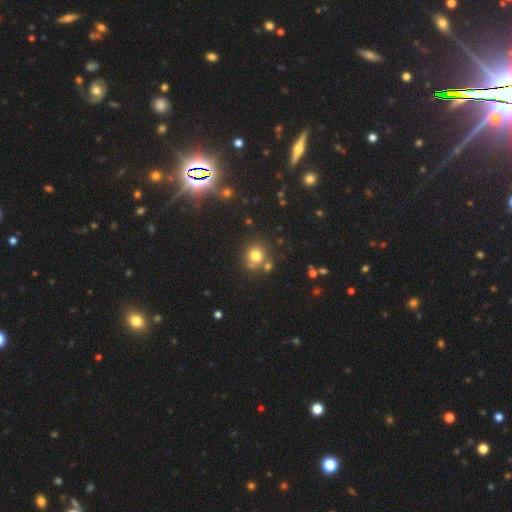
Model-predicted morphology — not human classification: smooth_or_featured: smooth (p=0.75) [alt: star or artifact p=0.15]
how_rounded: round (p=0.85) [alt: in between p=0.14]
merging: none (p=0.67) [alt: merger p=0.17]